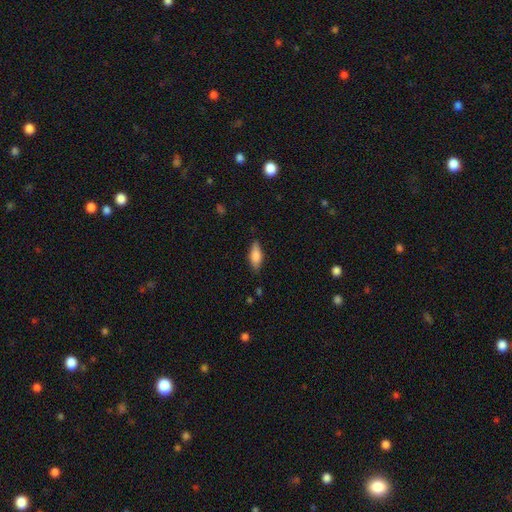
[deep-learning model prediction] smooth 75%, featured or disk 19%, star or artifact 7%. Down the decision tree: how rounded — in between (70%); merging — none (81%).